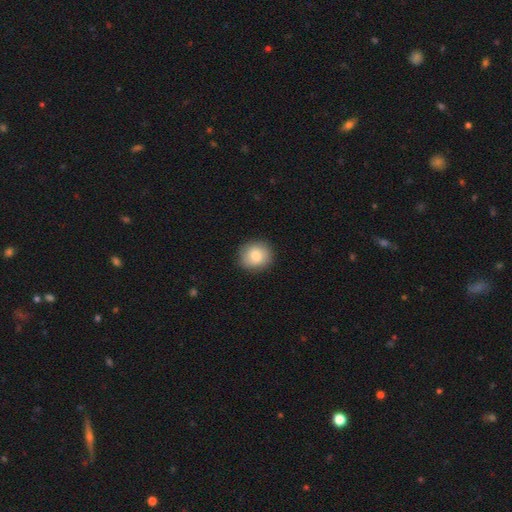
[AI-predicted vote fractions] Morphology: type=smooth (80%); roundness=round (81%); merging=none (87%).